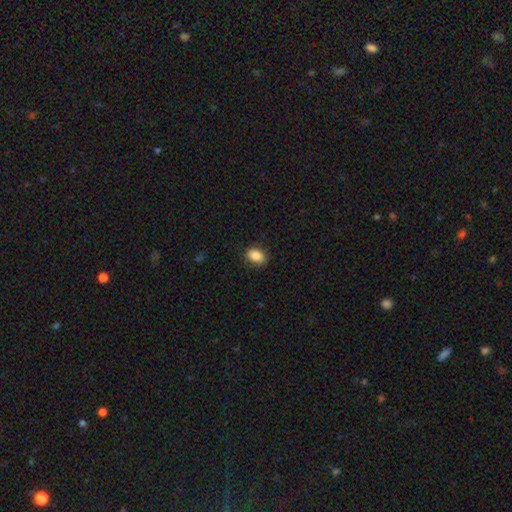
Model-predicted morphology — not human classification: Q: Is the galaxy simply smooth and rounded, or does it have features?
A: smooth — 86%.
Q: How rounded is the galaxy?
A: in between — 81%.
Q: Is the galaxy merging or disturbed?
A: none — 85%.